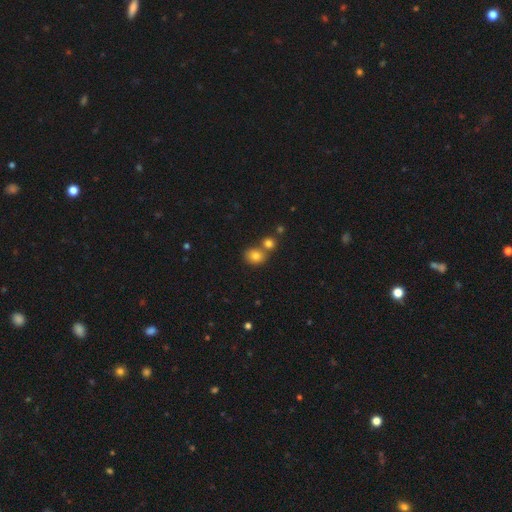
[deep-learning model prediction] Smooth or featured? smooth (81%)
How rounded? round (64%)
Merging? none (56%)